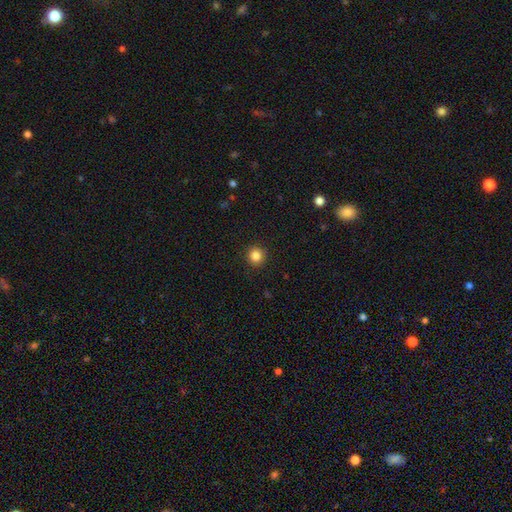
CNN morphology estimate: smooth-or-featured: smooth: 85% | star or artifact: 11% | featured or disk: 4%
  how-rounded: round: 94% | in between: 5% | cigar-shaped: 1%
  merging: none: 92% | minor disturbance: 5% | major disturbance: 2% | merger: 1%